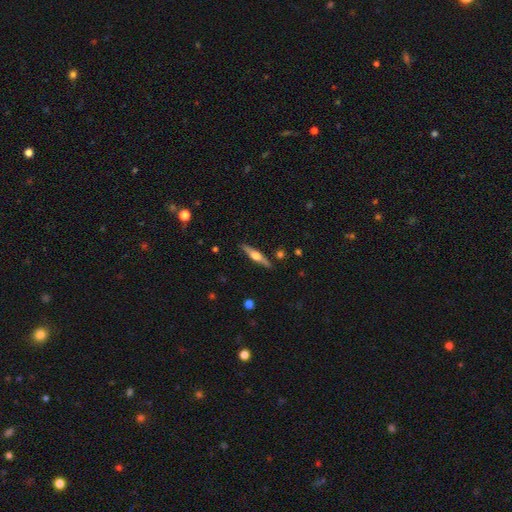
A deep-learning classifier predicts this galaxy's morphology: This is likely a featured or disk galaxy (69%). It is clearly viewed edge-on (97%). Edge-on bulge: clearly rounded (89%). Merging: clearly none (89%).